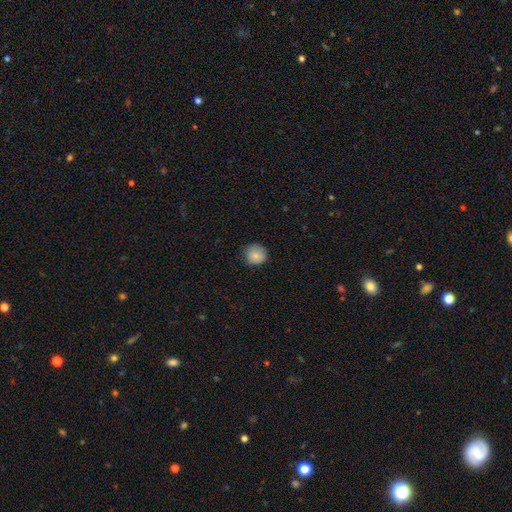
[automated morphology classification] Q: Smooth or featured?
A: smooth (85%); runner-up: star or artifact (9%)
Q: How rounded?
A: round (91%); runner-up: in between (9%)
Q: Merging?
A: none (83%); runner-up: minor disturbance (14%)